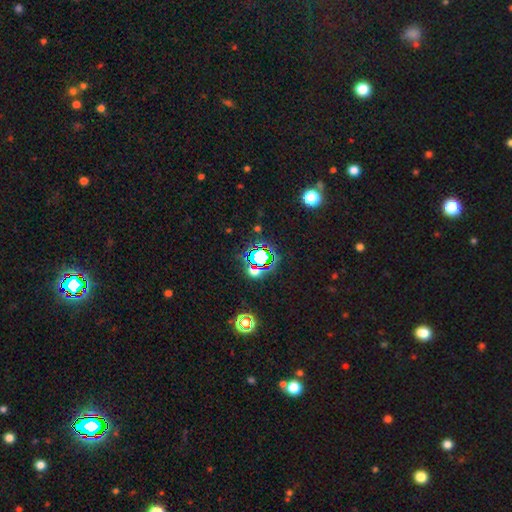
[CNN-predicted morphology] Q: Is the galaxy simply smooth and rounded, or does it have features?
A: star or artifact — 67%.